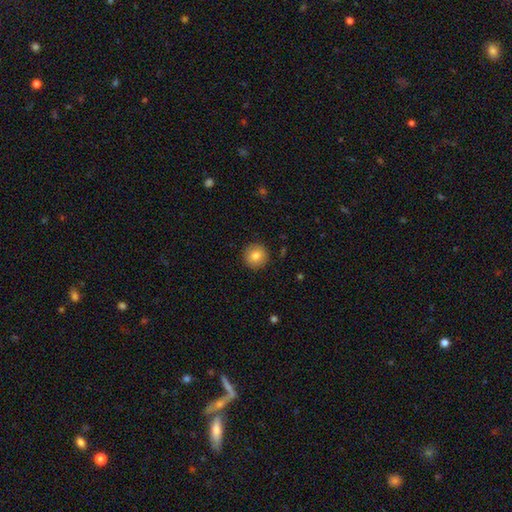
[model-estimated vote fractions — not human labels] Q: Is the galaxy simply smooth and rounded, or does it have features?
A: smooth — 82%.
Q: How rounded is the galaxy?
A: round — 95%.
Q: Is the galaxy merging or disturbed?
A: none — 91%.